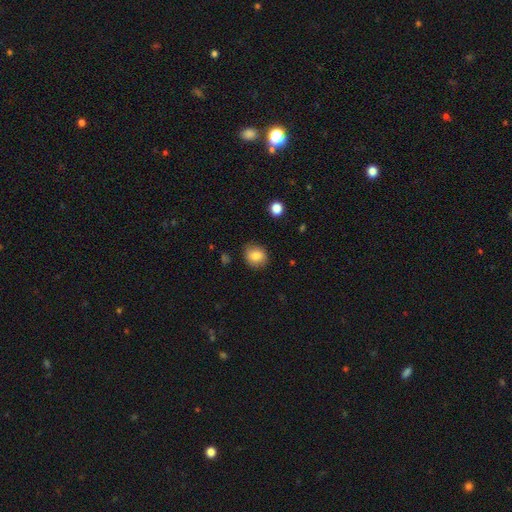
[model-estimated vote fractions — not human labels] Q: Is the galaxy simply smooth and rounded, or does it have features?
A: smooth — 84%.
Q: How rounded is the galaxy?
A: round — 74%.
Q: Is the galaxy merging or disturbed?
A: none — 84%.